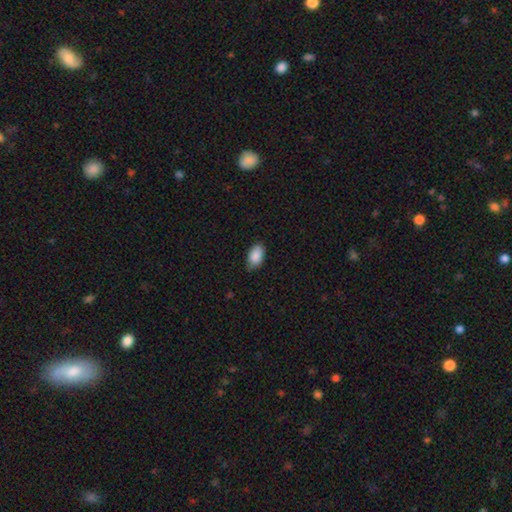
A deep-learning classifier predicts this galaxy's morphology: A smooth galaxy with no disk features (89%) that is in between round and cigar-shaped (93%). Merging: none (79%).